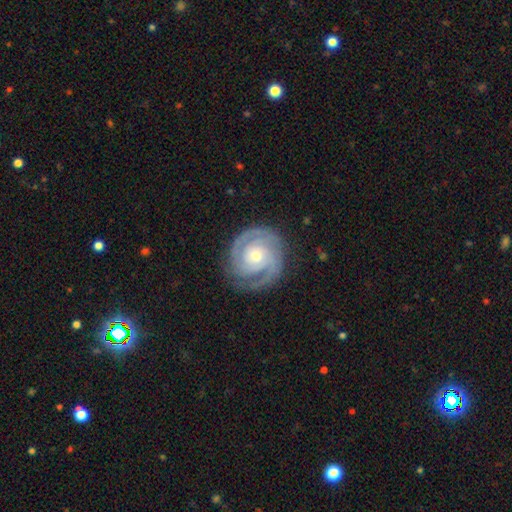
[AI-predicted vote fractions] This appears to be a featured or disk galaxy (90%) with no bar (72%), 2 (58%) tight (76%) spiral arms (98%) and a moderate central bulge (48%, tied with small). Merging: none (82%).